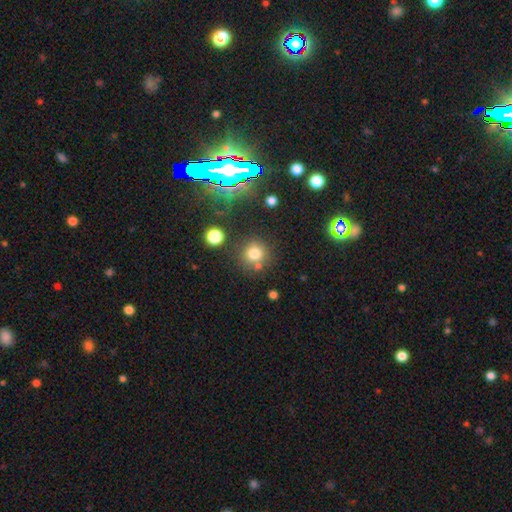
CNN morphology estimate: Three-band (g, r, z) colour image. It shows a smooth galaxy with no disk features (69%) that is round (91%). Merging: none (76%).